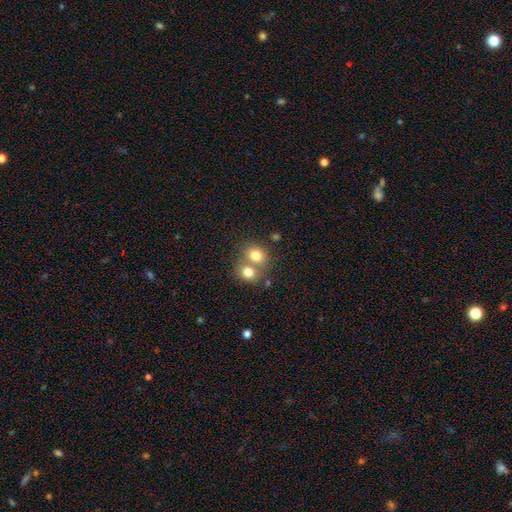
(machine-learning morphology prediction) smooth-or-featured: smooth: 76% | featured or disk: 12% | star or artifact: 12%
  how-rounded: round: 68% | in between: 31% | cigar-shaped: 1%
  merging: merger: 54% | none: 37% | minor disturbance: 6% | major disturbance: 3%